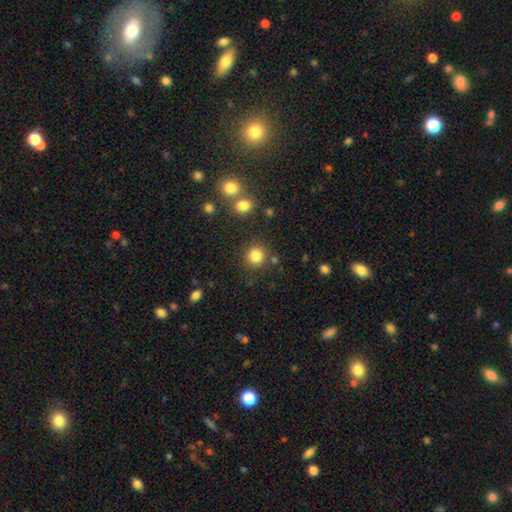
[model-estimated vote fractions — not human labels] Q: Smooth or featured?
A: smooth (84%); runner-up: star or artifact (11%)
Q: How rounded?
A: round (92%); runner-up: in between (7%)
Q: Merging?
A: none (83%); runner-up: minor disturbance (8%)